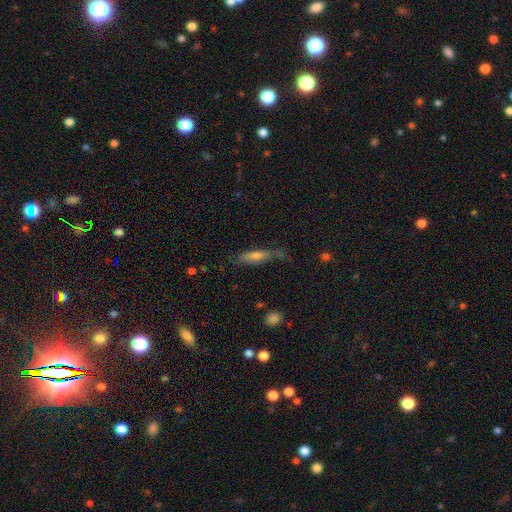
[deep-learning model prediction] Overall: smooth (55%; featured or disk 36%). How rounded: cigar-shaped (71%). Merging: none (66%).